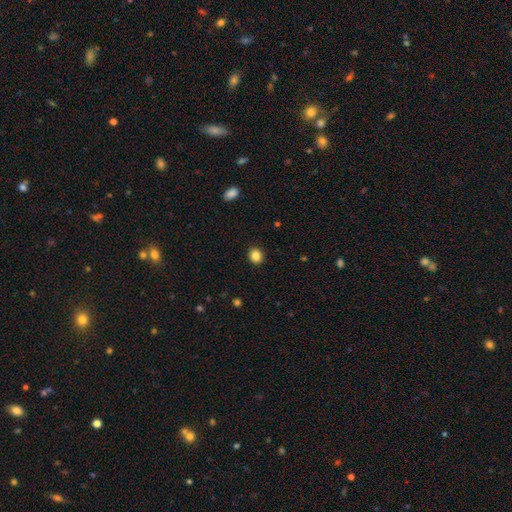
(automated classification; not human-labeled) smooth-or-featured: smooth: 86% | star or artifact: 10% | featured or disk: 4%
  how-rounded: round: 73% | in between: 26% | cigar-shaped: 1%
  merging: none: 91% | minor disturbance: 6% | major disturbance: 2% | merger: 1%